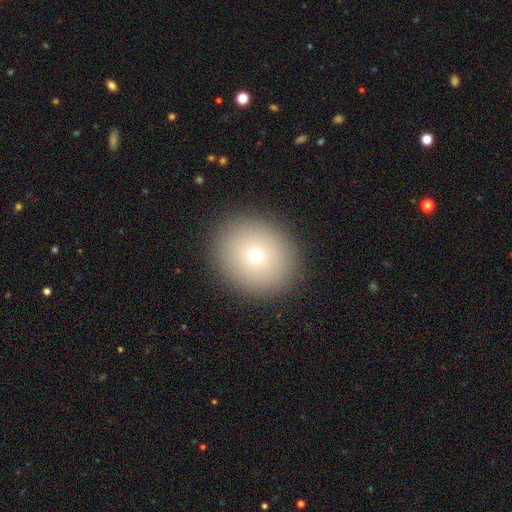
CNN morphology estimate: The model was most divided on "smooth or featured": smooth: 71%, featured or disk: 15%, star or artifact: 15%. More confident: merging — none (90%); how rounded — round (78%).